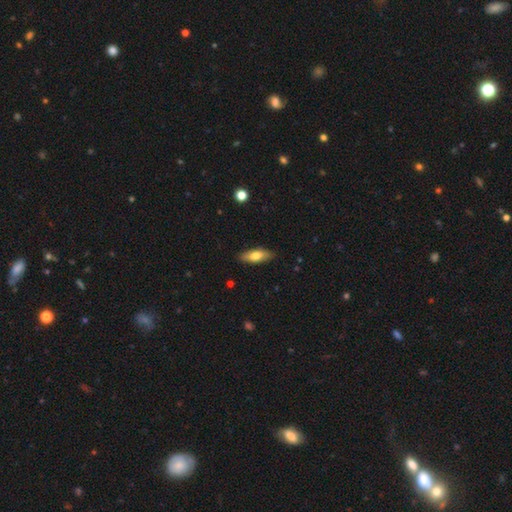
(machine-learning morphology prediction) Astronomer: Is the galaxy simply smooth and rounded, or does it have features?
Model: smooth — 67%.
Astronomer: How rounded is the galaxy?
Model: in between — 64%.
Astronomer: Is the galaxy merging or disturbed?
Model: none — 86%.